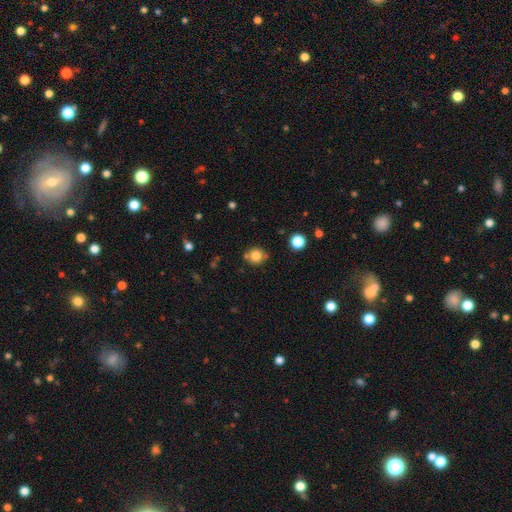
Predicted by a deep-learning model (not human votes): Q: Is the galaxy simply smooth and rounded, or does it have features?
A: smooth — 81%.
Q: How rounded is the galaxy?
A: round — 86%.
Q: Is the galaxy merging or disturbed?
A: none — 72%.